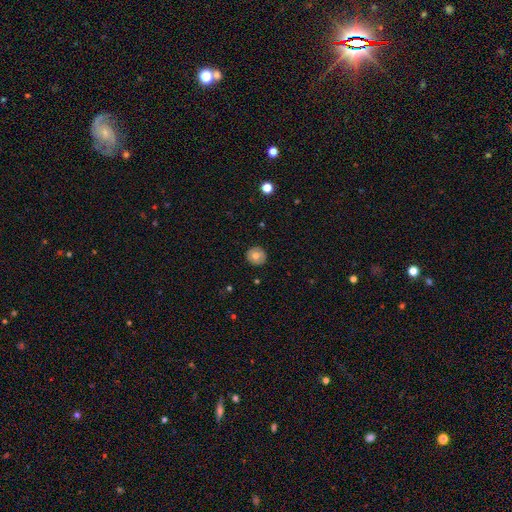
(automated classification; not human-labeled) A smooth galaxy with no disk features (65%) that is round (93%). Merging: none (89%).